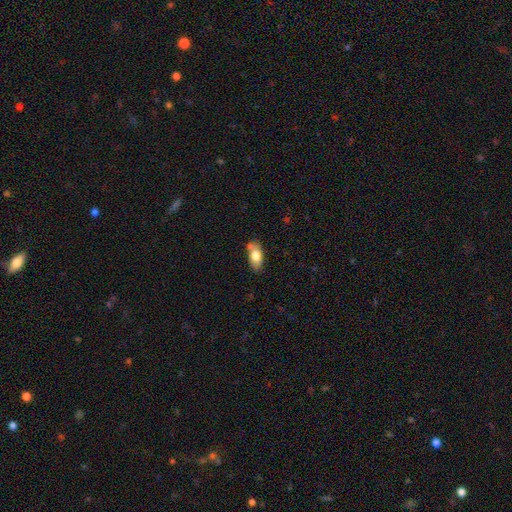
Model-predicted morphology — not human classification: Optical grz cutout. It shows a smooth galaxy with no disk features (76%) that is in between round and cigar-shaped (89%). Merging: none (58%).